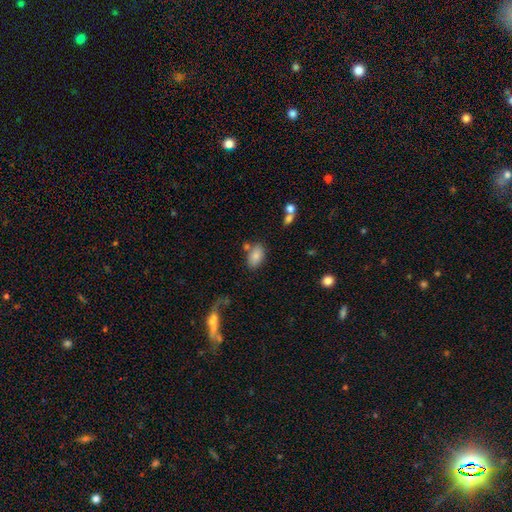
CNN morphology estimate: This appears to be a smooth galaxy with no disk features (82%) that is in between round and cigar-shaped (92%). Merging: none (71%).